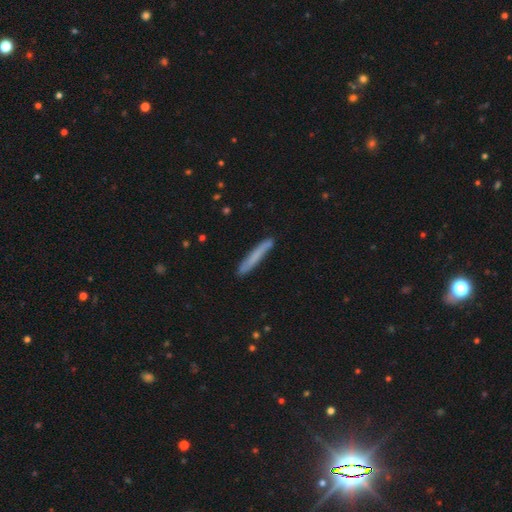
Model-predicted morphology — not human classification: Overall: smooth (71%). How rounded: cigar-shaped (96%). Merging: none (87%).